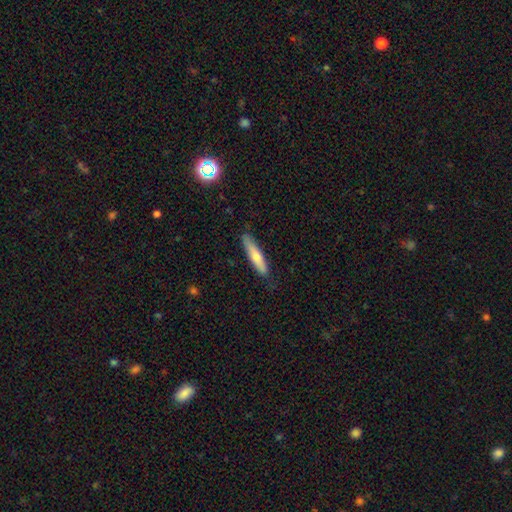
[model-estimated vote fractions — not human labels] A smooth galaxy with no disk features (58%) that is cigar-shaped (88%).

Vote fractions:
- Smooth or featured? smooth: 58% / featured or disk: 35% / star or artifact: 7%
- How rounded? cigar-shaped: 88% / in between: 10% / round: 2%
- Merging? none: 85% / minor disturbance: 12% / major disturbance: 2% / merger: 1%